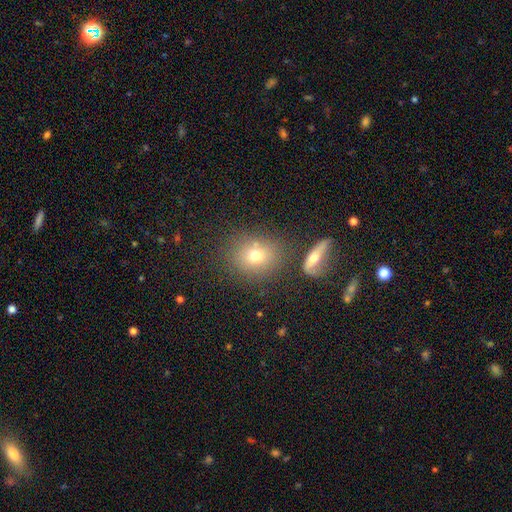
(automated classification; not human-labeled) Morphology: type=smooth (71%); roundness=round (67%); merging=none (69%).